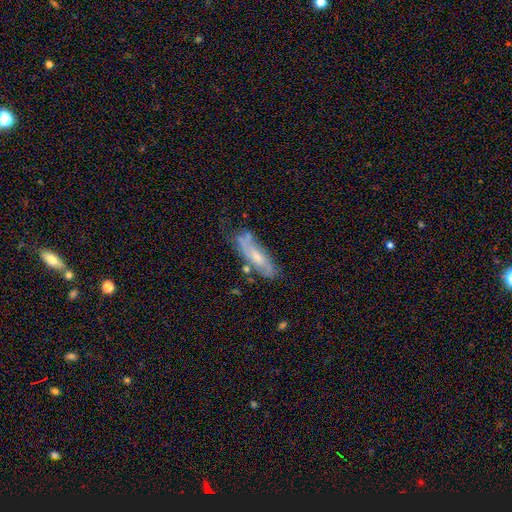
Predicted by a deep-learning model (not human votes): smooth-or-featured: featured or disk: 61% | smooth: 32% | star or artifact: 7%
  disk-edge-on: no: 74% | yes: 26%
  merging: none: 58% | minor disturbance: 26% | major disturbance: 9% | merger: 7%